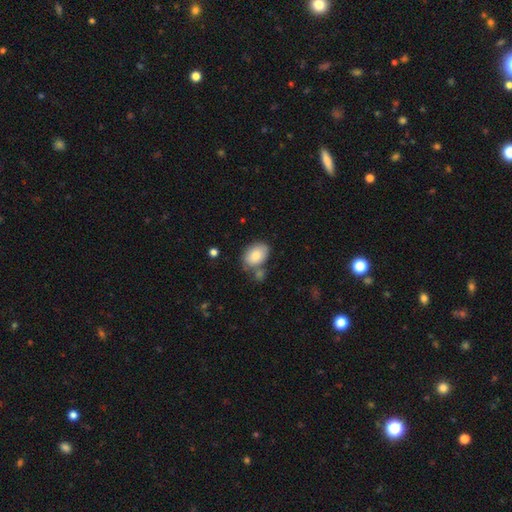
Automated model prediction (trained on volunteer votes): Overall: smooth (84%). How rounded: in between (82%). Merging: none (60%).